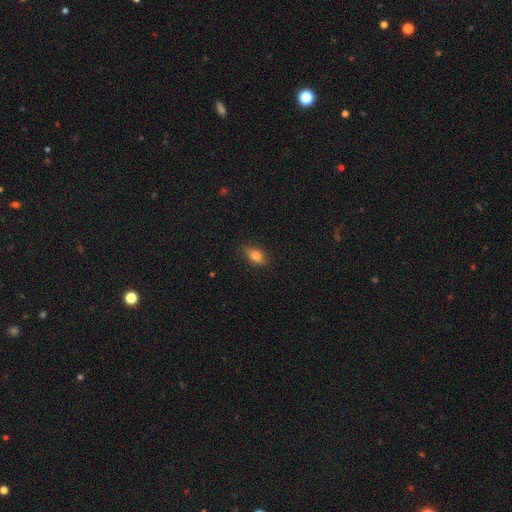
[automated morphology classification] smooth_or_featured: smooth (p=0.77) [alt: featured or disk p=0.14]
how_rounded: in between (p=0.80) [alt: round p=0.12]
merging: none (p=0.78) [alt: minor disturbance p=0.18]